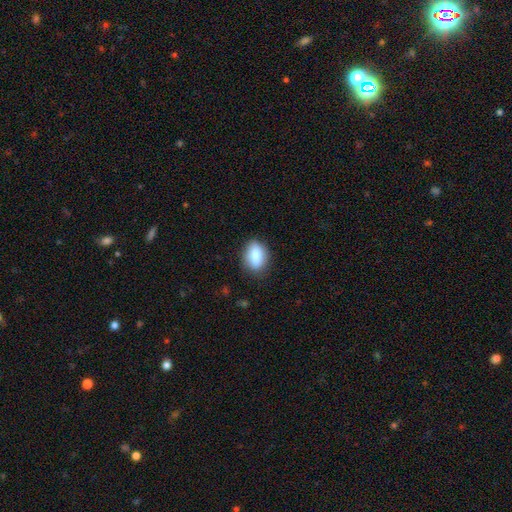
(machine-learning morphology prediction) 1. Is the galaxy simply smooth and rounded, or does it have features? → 82% smooth, 11% featured or disk, 7% star or artifact.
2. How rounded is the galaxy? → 81% in between, 12% round, 7% cigar-shaped.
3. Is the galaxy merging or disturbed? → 82% none, 14% minor disturbance, 3% major disturbance, 1% merger.